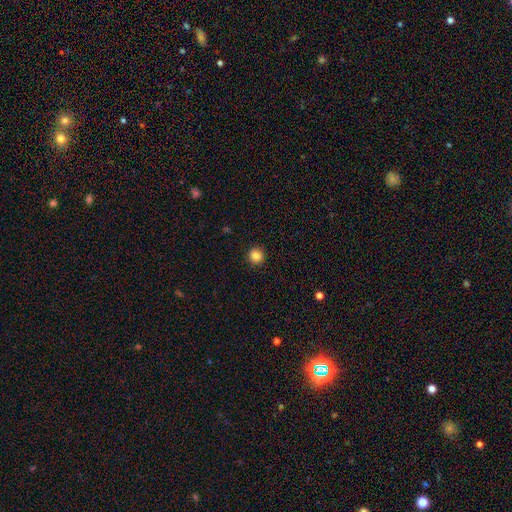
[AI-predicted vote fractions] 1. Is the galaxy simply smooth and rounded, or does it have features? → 85% smooth, 10% star or artifact, 4% featured or disk.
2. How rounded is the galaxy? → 91% round, 8% in between, 1% cigar-shaped.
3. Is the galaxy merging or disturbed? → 92% none, 5% minor disturbance, 2% major disturbance, 1% merger.